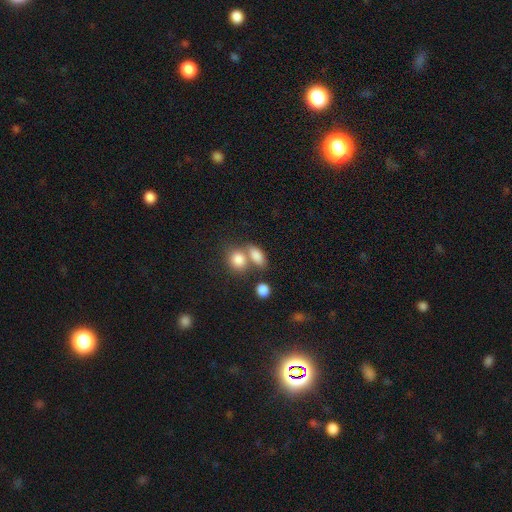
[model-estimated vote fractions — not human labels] Q: Smooth or featured?
A: smooth (83%); runner-up: star or artifact (9%)
Q: How rounded?
A: in between (76%); runner-up: round (19%)
Q: Merging?
A: merger (43%); runner-up: none (42%)